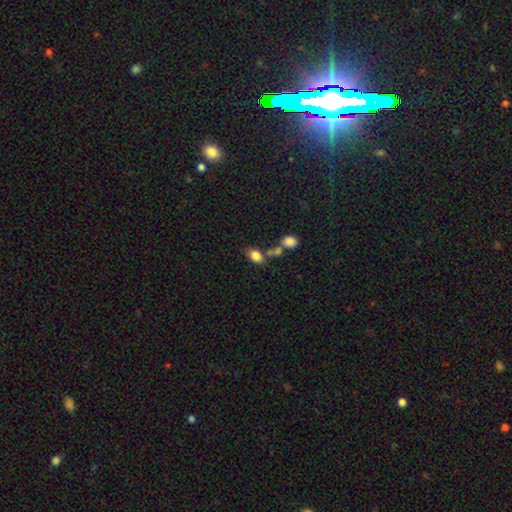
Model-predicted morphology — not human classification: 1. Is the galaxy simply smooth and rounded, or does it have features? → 81% smooth, 10% star or artifact, 8% featured or disk.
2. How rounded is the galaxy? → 77% in between, 21% round, 2% cigar-shaped.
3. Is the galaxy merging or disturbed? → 54% none, 24% merger, 15% minor disturbance, 6% major disturbance.